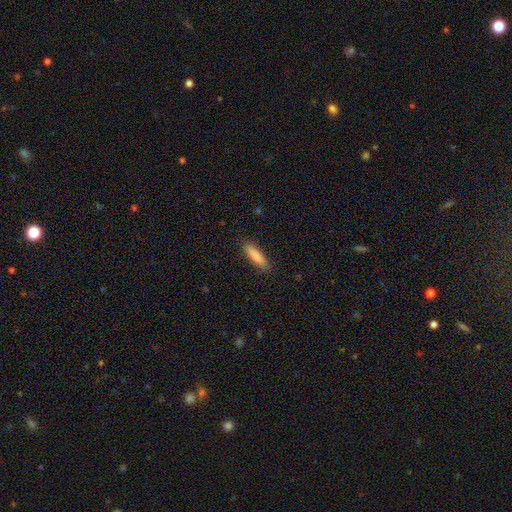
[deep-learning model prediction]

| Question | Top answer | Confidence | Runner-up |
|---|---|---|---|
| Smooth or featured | smooth | 87% | featured or disk (7%) |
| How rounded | cigar-shaped | 71% | in between (28%) |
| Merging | none | 88% | minor disturbance (9%) |